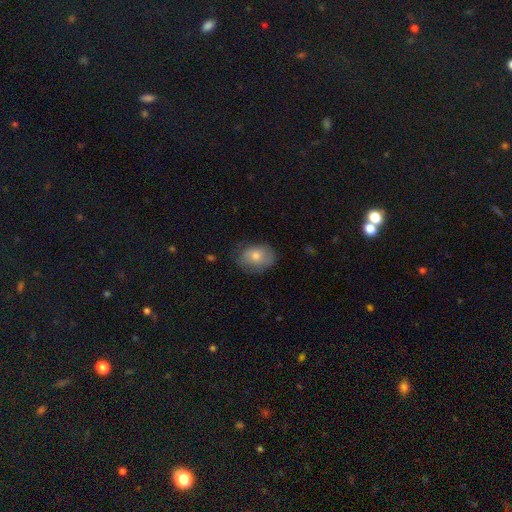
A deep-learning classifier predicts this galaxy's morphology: A smooth galaxy with no disk features (73%) that is in between round and cigar-shaped (66%).

Vote fractions:
- Smooth or featured? smooth: 73% / featured or disk: 19% / star or artifact: 8%
- How rounded? in between: 66% / round: 32% / cigar-shaped: 1%
- Merging? none: 71% / minor disturbance: 23% / major disturbance: 6% / merger: 1%